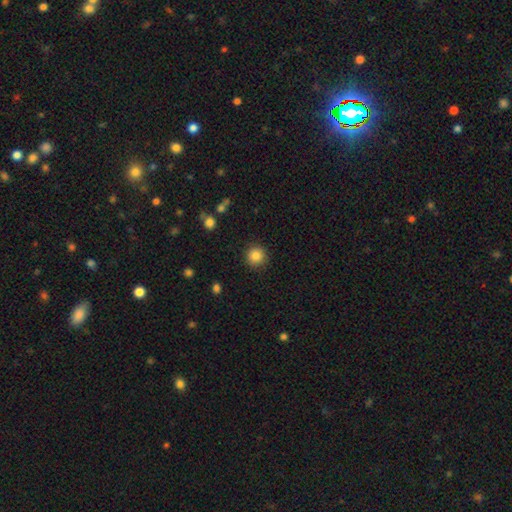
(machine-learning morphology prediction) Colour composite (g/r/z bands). It shows a smooth galaxy with no disk features (85%) that is round (94%). Merging: none (91%).